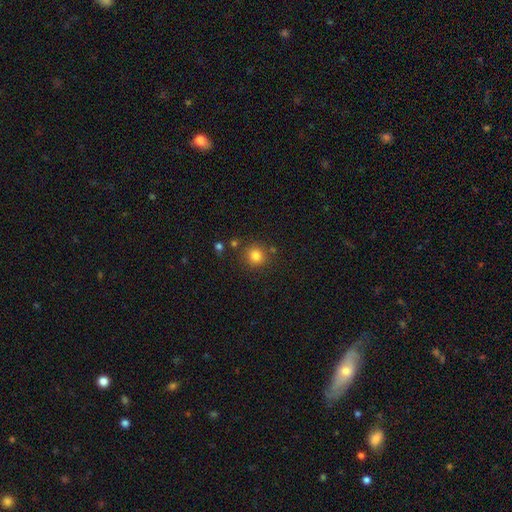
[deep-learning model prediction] smooth 81%, star or artifact 13%, featured or disk 6%. Down the decision tree: how rounded — round (91%); merging — none (82%).